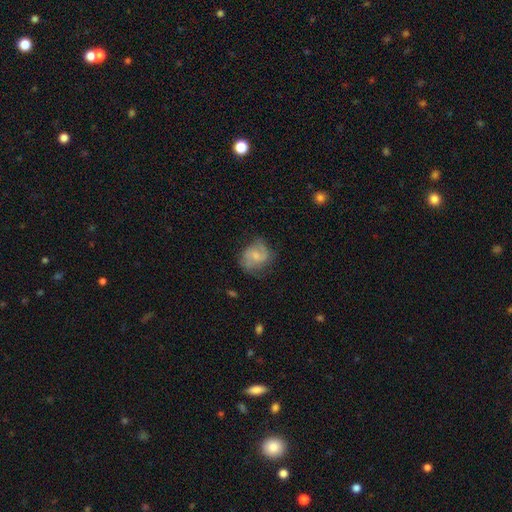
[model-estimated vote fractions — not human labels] Smooth or featured?
  - featured or disk: 63% *
  - smooth: 30%
  - star or artifact: 7%
Edge-on disk?
  - no: 98% *
  - yes: 2%
Bar?
  - no: 47% *
  - weak: 45%
  - strong: 8%
Spiral arms?
  - yes: 89% *
  - no: 11%
Spiral winding?
  - medium: 49% *
  - loose: 28%
  - tight: 23%
Spiral arm count?
  - 2: 79% *
  - can't tell: 11%
  - 1: 4%
  - 3: 4%
  - 4: 1%
  - more than 4: 1%
Bulge size?
  - small: 48% *
  - moderate: 35%
  - none: 13%
  - large: 3%
  - dominant: 1%
Merging?
  - none: 64% *
  - minor disturbance: 24%
  - major disturbance: 11%
  - merger: 2%